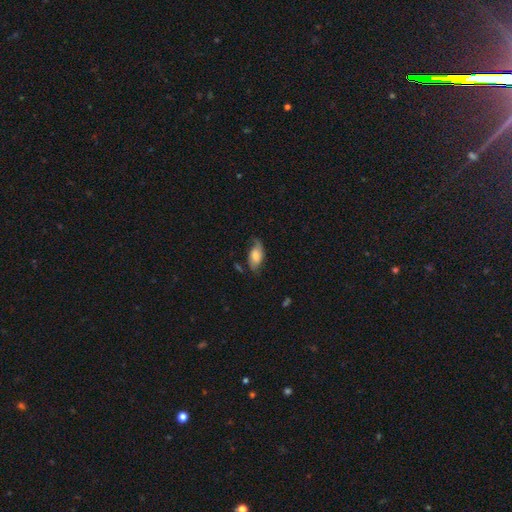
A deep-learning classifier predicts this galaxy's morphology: This appears to be a smooth galaxy with no disk features (55%) that is in between round and cigar-shaped (90%). Merging: none (57%).